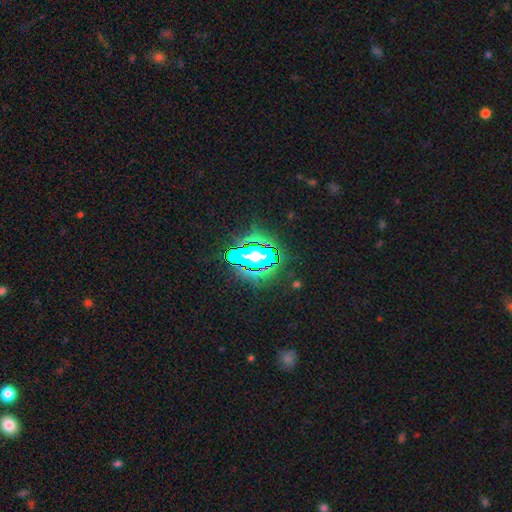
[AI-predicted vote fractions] The model was most divided on "smooth or featured": star or artifact: 68%, smooth: 18%, featured or disk: 14%.